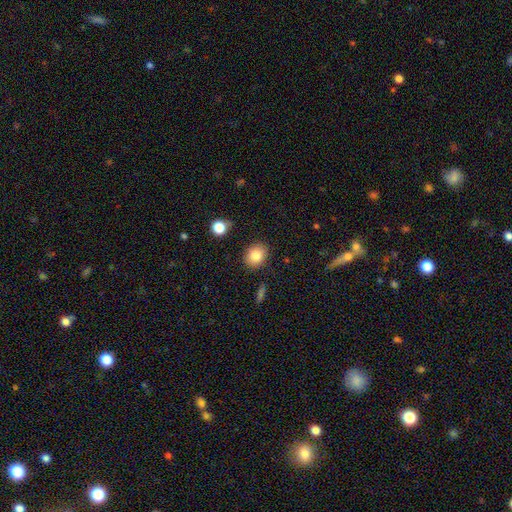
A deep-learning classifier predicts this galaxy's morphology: Q: Smooth or featured?
A: smooth (82%); runner-up: star or artifact (10%)
Q: How rounded?
A: round (55%); runner-up: in between (44%)
Q: Merging?
A: none (87%); runner-up: minor disturbance (9%)